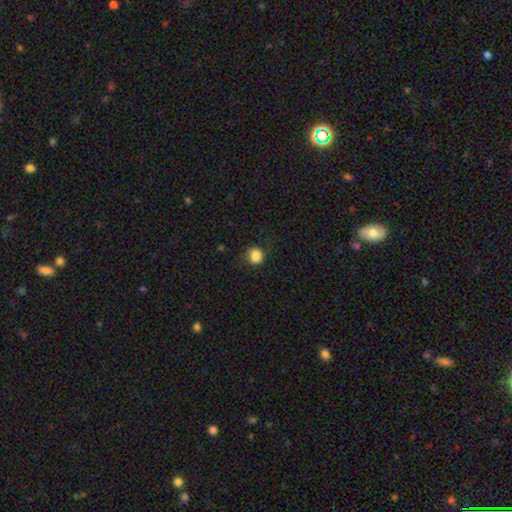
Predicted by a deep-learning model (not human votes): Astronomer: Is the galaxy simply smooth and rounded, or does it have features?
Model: smooth — 86%.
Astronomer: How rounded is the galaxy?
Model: round — 81%.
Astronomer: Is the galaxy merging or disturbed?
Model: none — 78%.